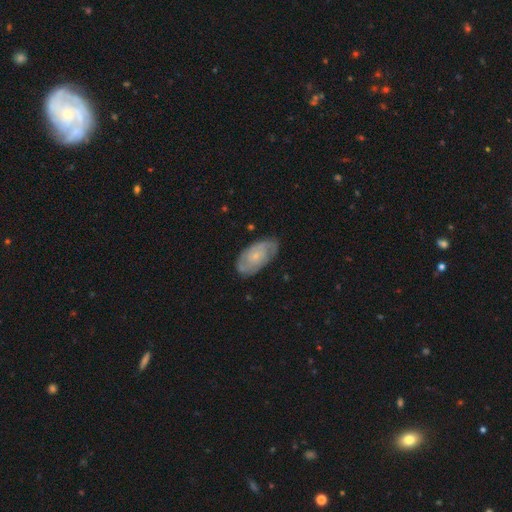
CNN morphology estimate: Q: Smooth or featured?
A: featured or disk (73%); runner-up: smooth (21%)
Q: Edge-on disk?
A: no (95%); runner-up: yes (5%)
Q: Bar?
A: no (76%); runner-up: weak (21%)
Q: Spiral arms?
A: yes (88%); runner-up: no (12%)
Q: Spiral winding?
A: tight (59%); runner-up: medium (32%)
Q: Spiral arm count?
A: 2 (52%); runner-up: can't tell (29%)
Q: Bulge size?
A: small (76%); runner-up: moderate (17%)
Q: Merging?
A: none (76%); runner-up: minor disturbance (18%)